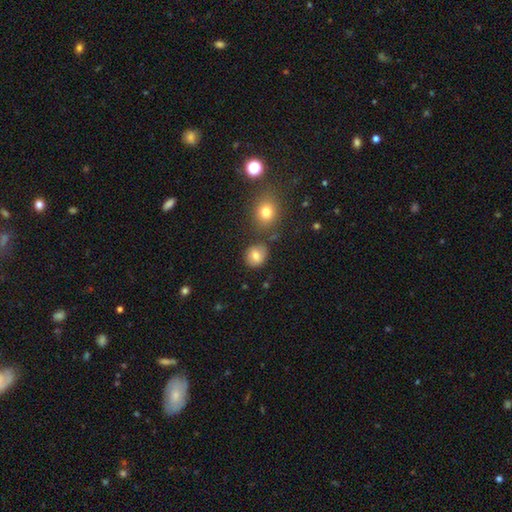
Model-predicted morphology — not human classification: Smooth or featured?
  - smooth: 79% *
  - star or artifact: 11%
  - featured or disk: 10%
How rounded?
  - round: 76% *
  - in between: 23%
  - cigar-shaped: 1%
Merging?
  - none: 78% *
  - minor disturbance: 12%
  - merger: 7%
  - major disturbance: 3%